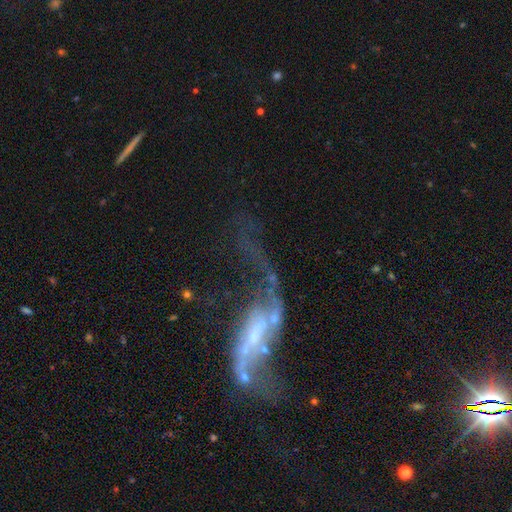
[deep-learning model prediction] This appears to be a featured or disk galaxy (79%) with no bar (37%), 2 (79%) loose (87%) spiral arms (83%) and a small central bulge (48%). Merging: major disturbance (38%).